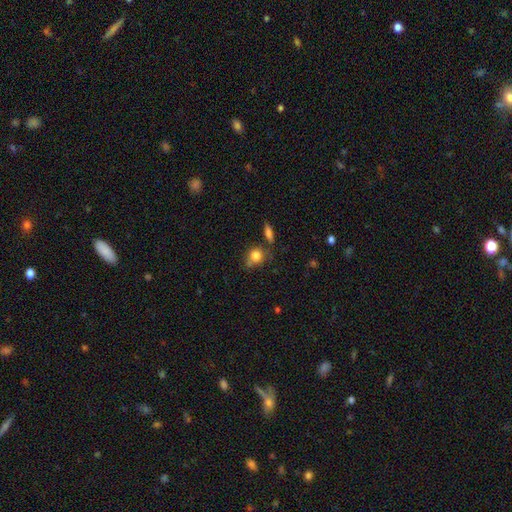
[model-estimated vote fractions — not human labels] Smooth or featured? smooth (80%)
How rounded? round (73%)
Merging? none (58%)